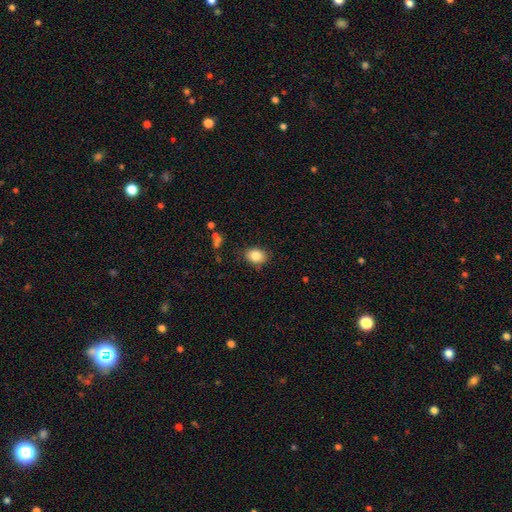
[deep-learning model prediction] Smooth or featured: smooth — 84% (star or artifact — 9%)
How rounded: in between — 69% (round — 30%)
Merging: none — 84% (minor disturbance — 12%)